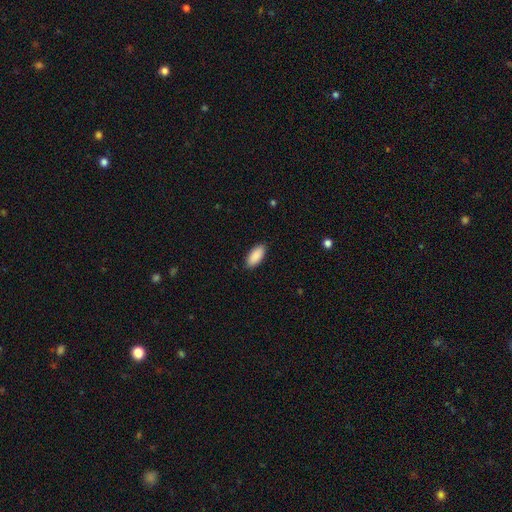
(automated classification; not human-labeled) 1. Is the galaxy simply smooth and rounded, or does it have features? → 90% smooth, 6% star or artifact, 4% featured or disk.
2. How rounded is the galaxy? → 91% in between, 8% cigar-shaped, 2% round.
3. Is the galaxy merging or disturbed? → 88% none, 9% minor disturbance, 2% major disturbance, 1% merger.